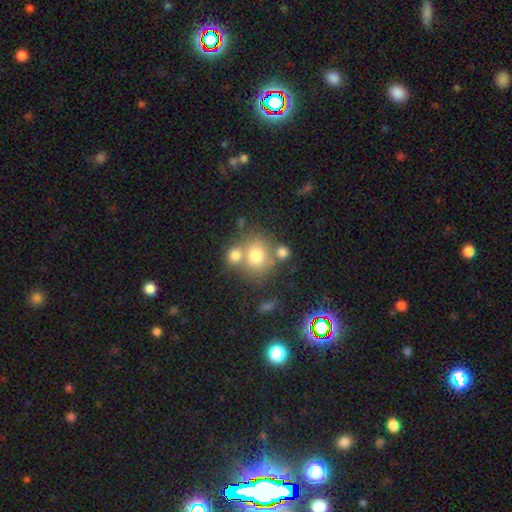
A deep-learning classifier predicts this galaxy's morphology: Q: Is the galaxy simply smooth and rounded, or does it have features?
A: smooth — 71%.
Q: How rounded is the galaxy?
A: round — 74%.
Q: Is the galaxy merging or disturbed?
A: none — 46%.